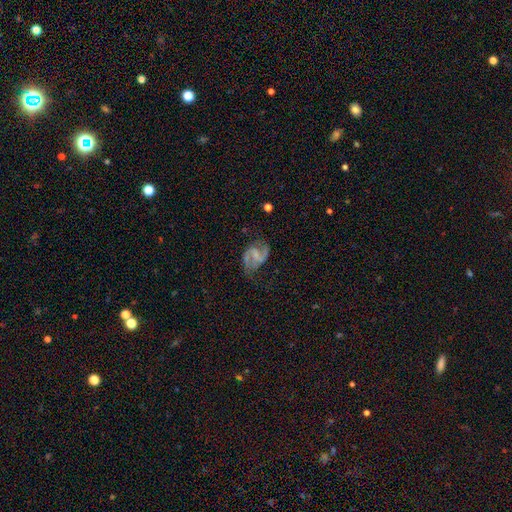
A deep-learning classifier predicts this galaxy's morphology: featured or disk 85%, smooth 9%, star or artifact 6%. Down the decision tree: edge-on disk — no (98%); bar — weak (47%); spiral arms — yes (95%); spiral arm count — 2 (92%); spiral winding — medium (49%); bulge size — none (57%); merging — none (66%).